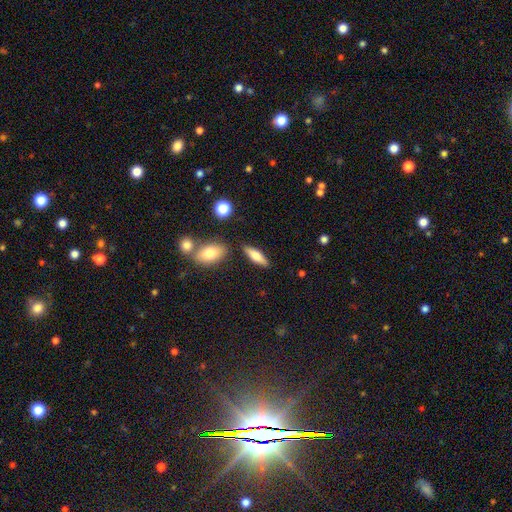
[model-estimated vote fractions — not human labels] The model was most divided on "how rounded": in between: 50%, cigar-shaped: 47%, round: 3%. More confident: merging — none (82%); smooth or featured — smooth (64%).